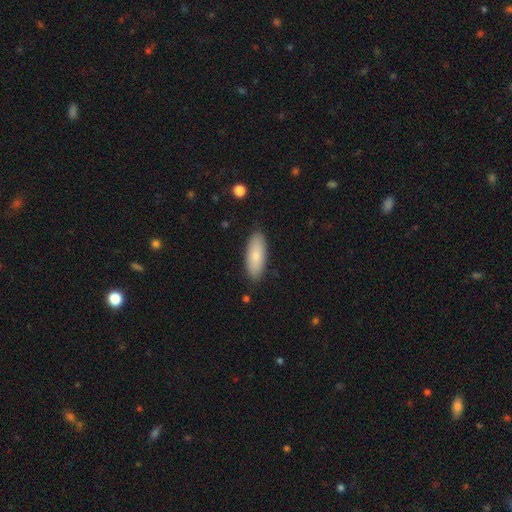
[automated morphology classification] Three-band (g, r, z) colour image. It shows a smooth galaxy with no disk features (81%) that is in between round and cigar-shaped (73%). Merging: none (86%).